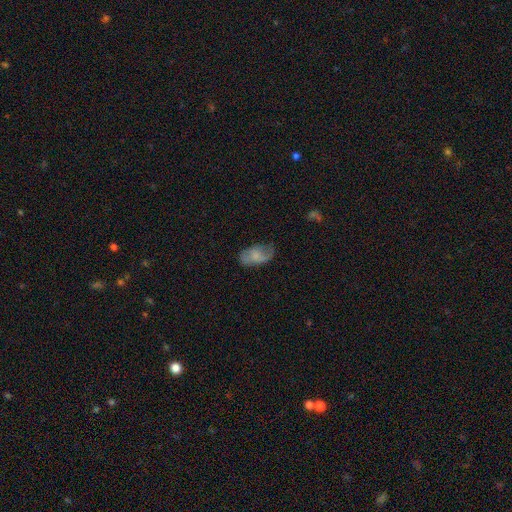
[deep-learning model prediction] This appears to be a smooth galaxy with no disk features (60%) that is in between round and cigar-shaped (92%). Merging: none (58%).